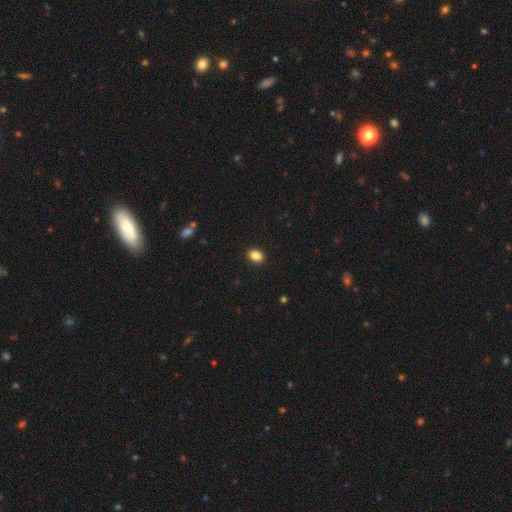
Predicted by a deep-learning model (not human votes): Morphology: type=smooth (86%); roundness=in between (71%); merging=none (90%).